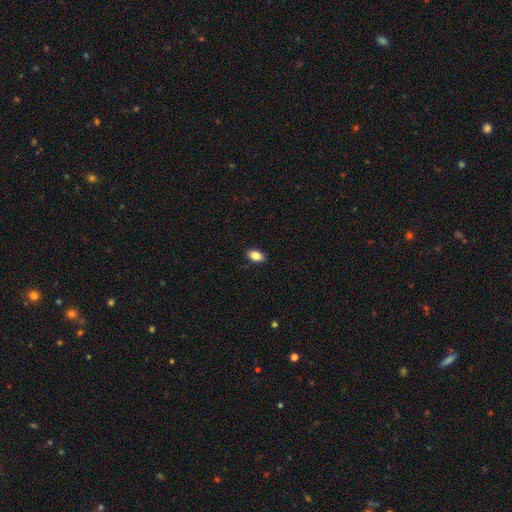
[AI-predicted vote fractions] This is clearly a smooth galaxy (84%). How rounded: clearly in between (89%). Merging: clearly none (89%).